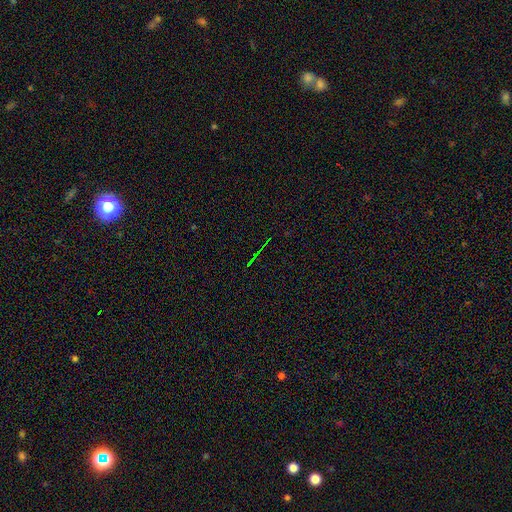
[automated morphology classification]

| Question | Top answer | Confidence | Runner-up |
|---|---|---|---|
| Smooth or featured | star or artifact | 76% | featured or disk (13%) |